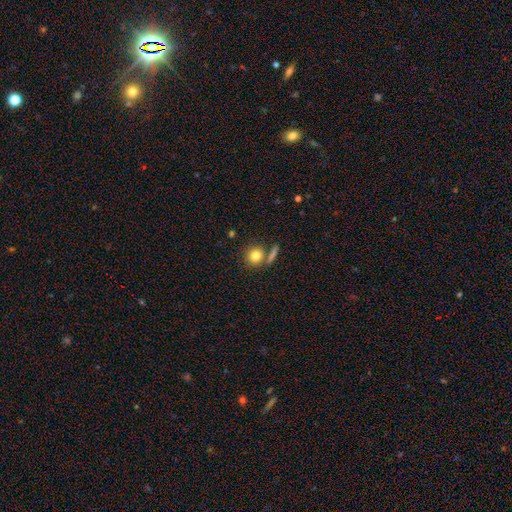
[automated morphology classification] type=smooth (81%); roundness=round (84%); merging=none (71%).